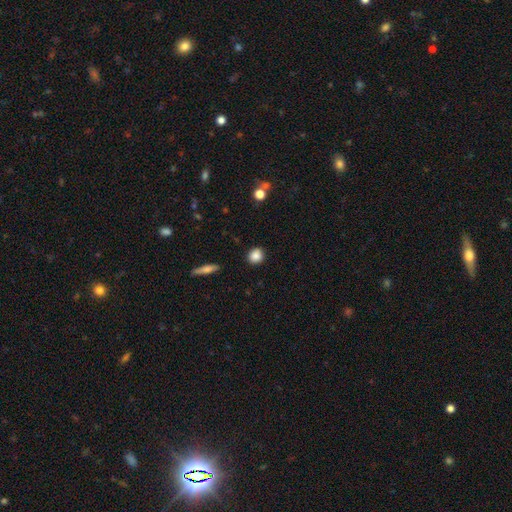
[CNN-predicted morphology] smooth_or_featured: smooth (p=0.87) [alt: star or artifact p=0.09]
how_rounded: round (p=0.82) [alt: in between p=0.16]
merging: none (p=0.90) [alt: minor disturbance p=0.07]